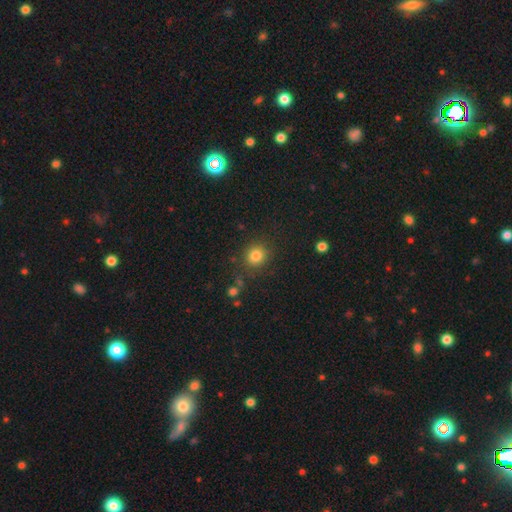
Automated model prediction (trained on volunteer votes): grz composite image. It shows a smooth galaxy with no disk features (82%) that is round (85%). Merging: none (84%).